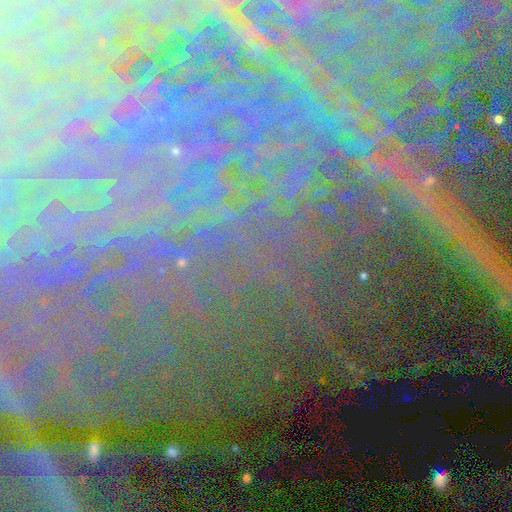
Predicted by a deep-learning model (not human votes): Smooth or featured? star or artifact (70%)